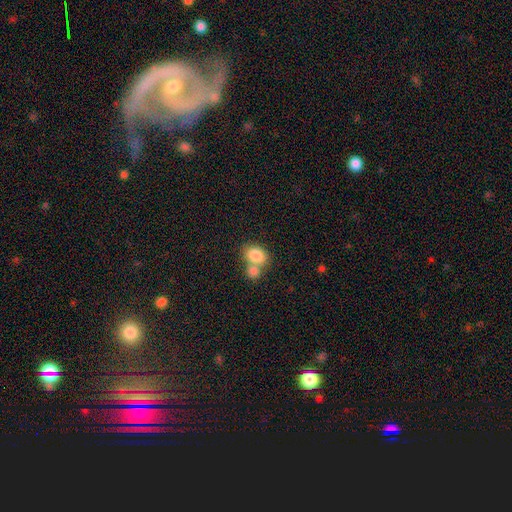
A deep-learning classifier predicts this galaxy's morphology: smooth 83%, featured or disk 9%, star or artifact 8%. Down the decision tree: how rounded — in between (60%); merging — merger (49%).